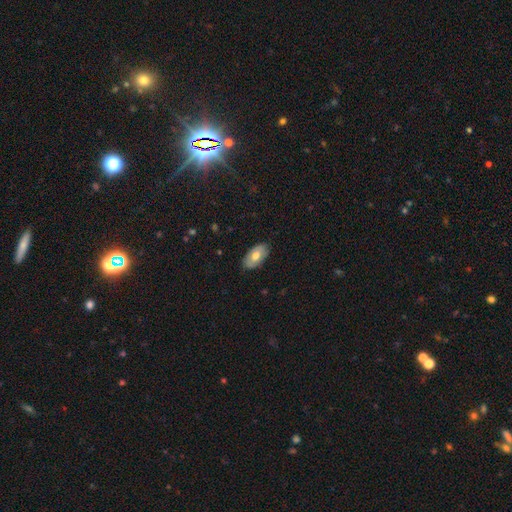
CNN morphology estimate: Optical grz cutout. It shows a smooth galaxy with no disk features (66%) that is in between round and cigar-shaped (94%). Merging: none (83%).